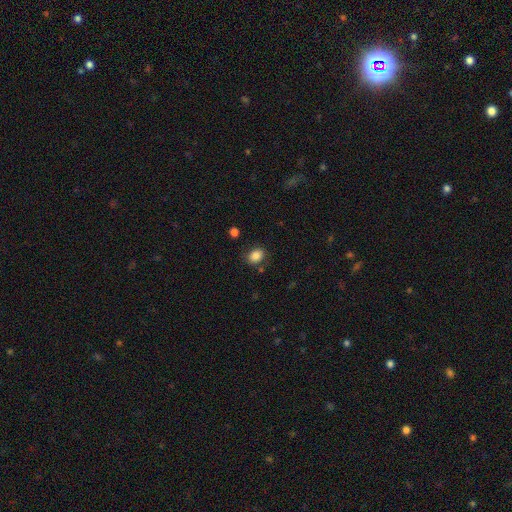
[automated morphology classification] Smooth or featured? Predicted: smooth (p=0.84). How rounded? Predicted: in between (p=0.63). Merging? Predicted: none (p=0.78).